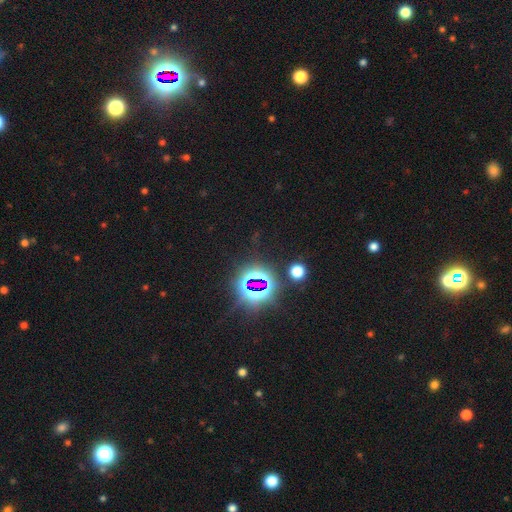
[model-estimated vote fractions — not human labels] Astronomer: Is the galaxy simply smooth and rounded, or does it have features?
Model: star or artifact — 81%.